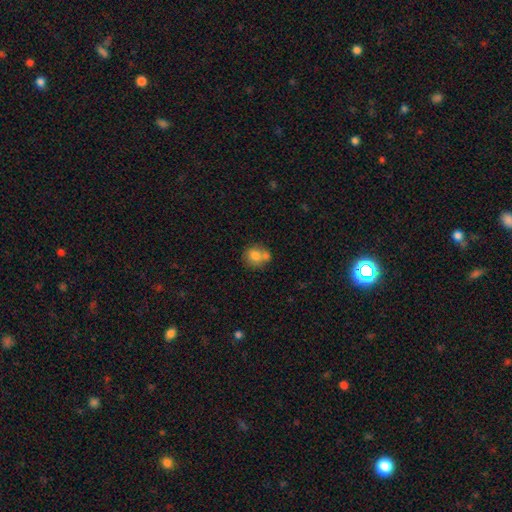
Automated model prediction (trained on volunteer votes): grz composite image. It shows a smooth galaxy with no disk features (76%) that is round (79%). Merging: none (47%).